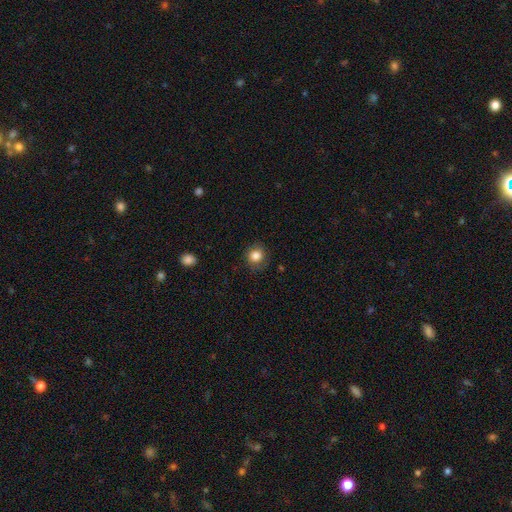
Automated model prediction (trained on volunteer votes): Smooth or featured?
  - smooth: 83% *
  - star or artifact: 10%
  - featured or disk: 7%
How rounded?
  - round: 84% *
  - in between: 16%
  - cigar-shaped: 1%
Merging?
  - none: 80% *
  - minor disturbance: 14%
  - major disturbance: 5%
  - merger: 1%